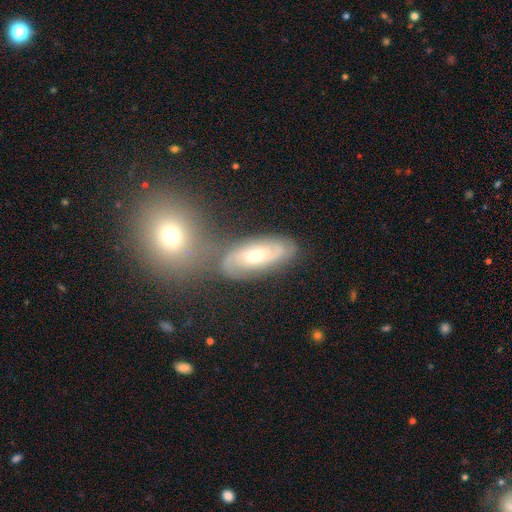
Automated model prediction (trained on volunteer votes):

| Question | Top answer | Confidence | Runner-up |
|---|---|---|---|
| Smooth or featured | featured or disk | 70% | smooth (22%) |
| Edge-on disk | no | 91% | yes (9%) |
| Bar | no | 53% | weak (37%) |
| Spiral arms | yes | 91% | no (9%) |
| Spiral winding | tight | 50% | medium (39%) |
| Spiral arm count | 2 | 64% | can't tell (22%) |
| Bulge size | moderate | 61% | small (33%) |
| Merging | none | 68% | minor disturbance (14%) |